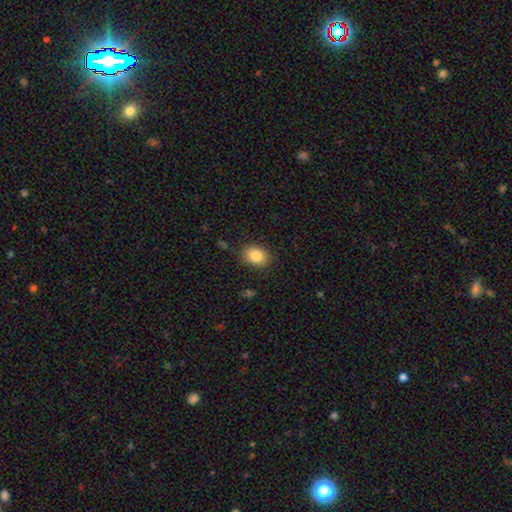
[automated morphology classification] Q: Smooth or featured?
A: smooth (85%); runner-up: star or artifact (9%)
Q: How rounded?
A: in between (66%); runner-up: round (33%)
Q: Merging?
A: none (85%); runner-up: minor disturbance (11%)